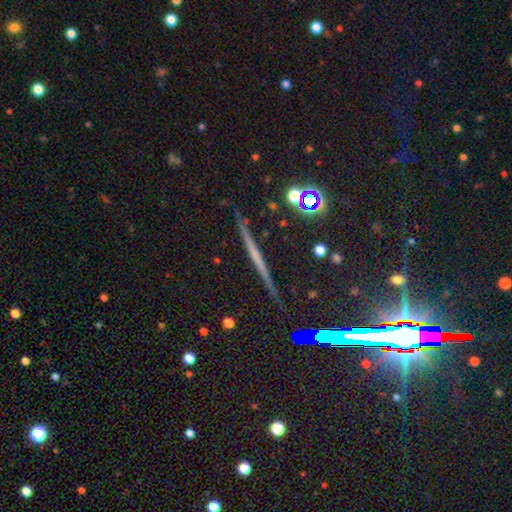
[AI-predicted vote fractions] Smooth or featured? featured or disk (54%)
Edge-on disk? yes (96%)
Edge-on bulge? none (80%)
Merging? none (90%)